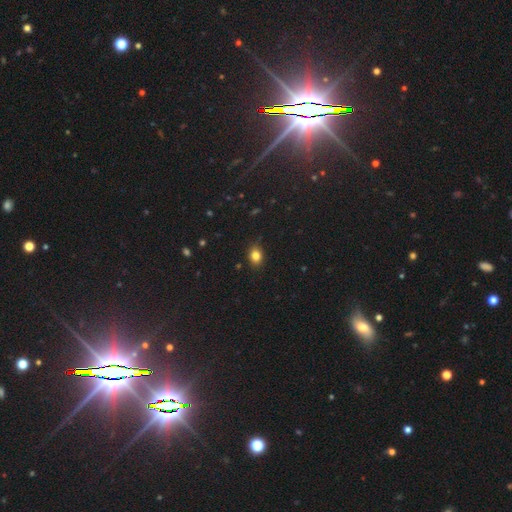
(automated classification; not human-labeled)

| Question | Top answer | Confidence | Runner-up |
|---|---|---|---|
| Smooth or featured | smooth | 82% | star or artifact (12%) |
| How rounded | in between | 57% | round (42%) |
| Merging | none | 85% | minor disturbance (12%) |